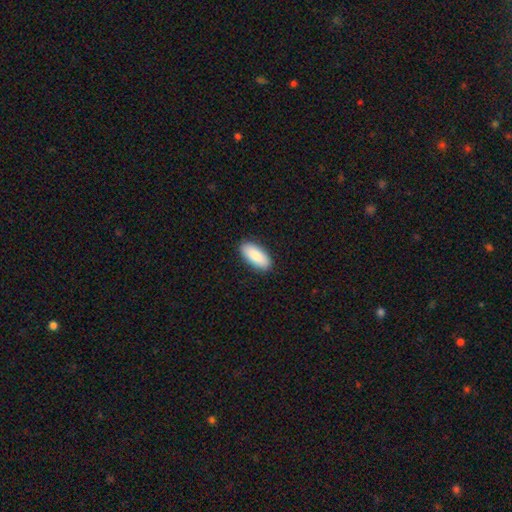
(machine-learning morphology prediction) Smooth or featured? smooth (88%)
How rounded? in between (89%)
Merging? none (89%)